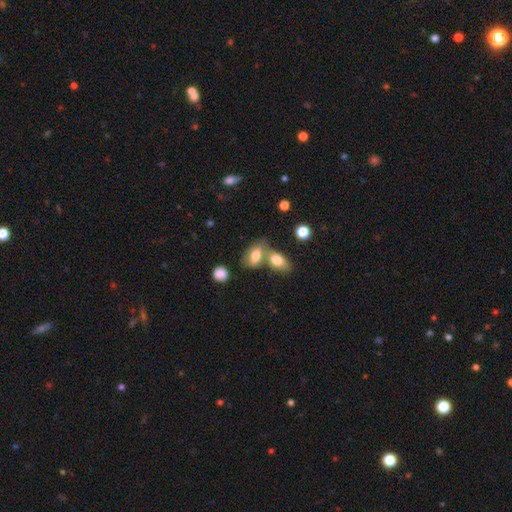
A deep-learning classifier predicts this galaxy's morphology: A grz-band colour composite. It shows a smooth galaxy with no disk features (75%) that is in between round and cigar-shaped (88%). Merging: merger (47%).